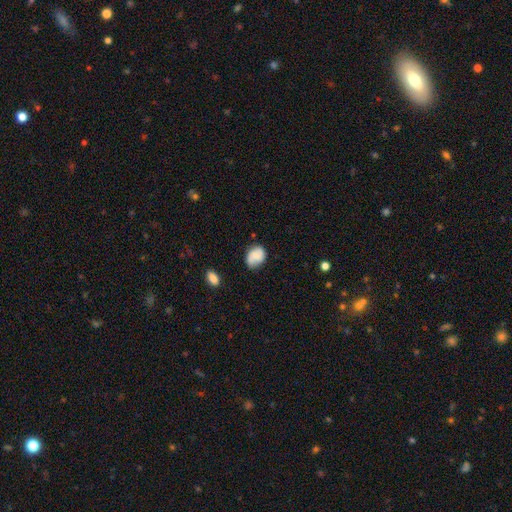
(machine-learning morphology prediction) smooth-or-featured: smooth: 62% | featured or disk: 30% | star or artifact: 8%
  how-rounded: in between: 58% | round: 41% | cigar-shaped: 1%
  merging: none: 63% | minor disturbance: 27% | major disturbance: 6% | merger: 4%